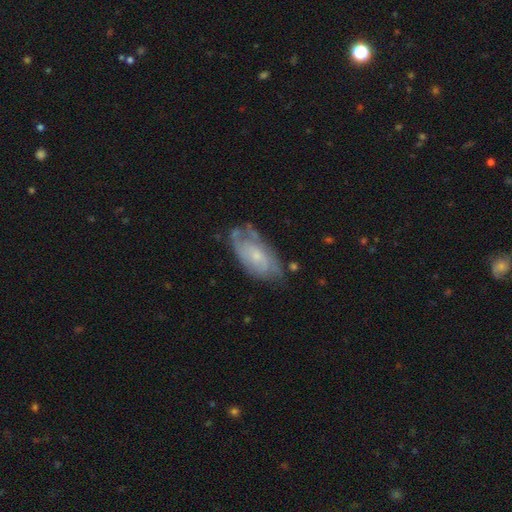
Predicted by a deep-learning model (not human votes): A featured or disk galaxy (61%) with no bar (74%), spiral arms (71%) and a small central bulge (61%).

Vote fractions:
- Smooth or featured? featured or disk: 61% / smooth: 33% / star or artifact: 7%
- Edge-on disk? no: 93% / yes: 7%
- Bar? no: 74% / weak: 22% / strong: 3%
- Spiral arms? yes: 71% / no: 29%
- Bulge size? small: 61% / moderate: 30% / none: 6% / large: 2% / dominant: 1%
- Merging? none: 56% / minor disturbance: 29% / major disturbance: 12% / merger: 3%